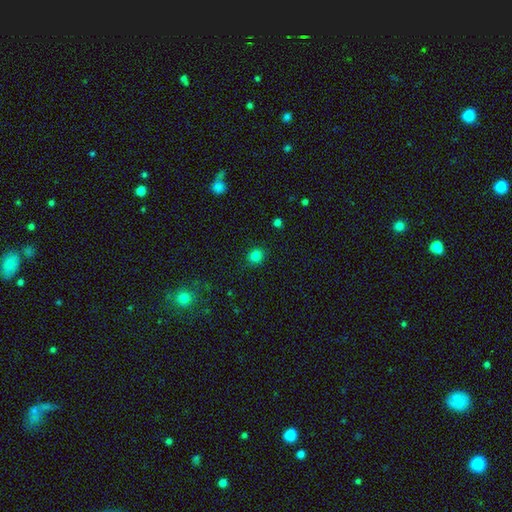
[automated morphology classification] type=smooth (82%); roundness=round (82%); merging=none (89%).